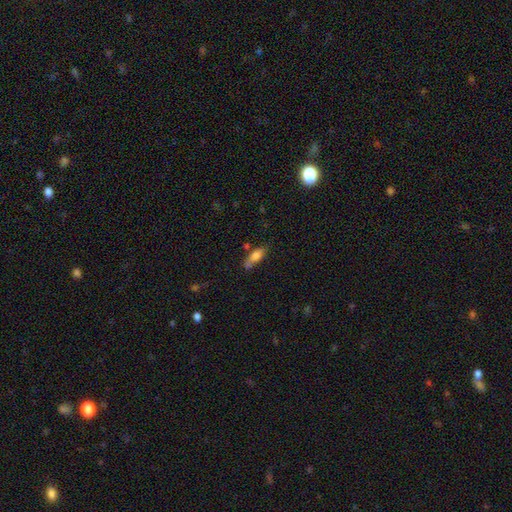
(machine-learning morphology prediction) The model was most divided on "merging": none: 51%, merger: 21%, minor disturbance: 21%, major disturbance: 7%. More confident: smooth or featured — smooth (73%); how rounded — in between (71%).